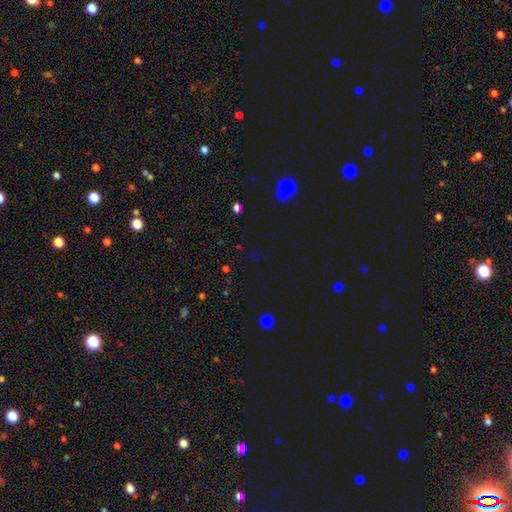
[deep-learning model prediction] This appears to be a star or artifact, not a galaxy (64%).